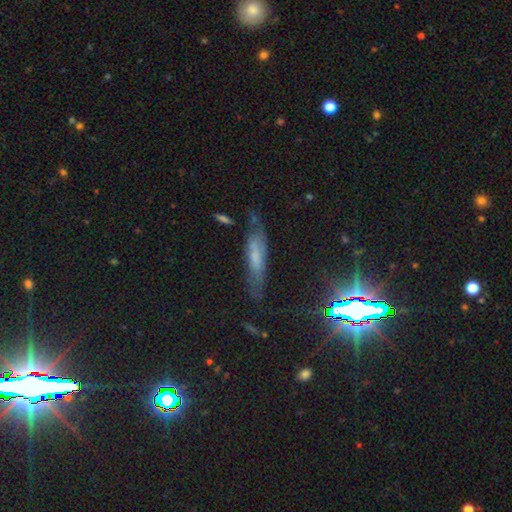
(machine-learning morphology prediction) Smooth or featured?
  - smooth: 44% *
  - featured or disk: 40%
  - star or artifact: 16%
Merging?
  - none: 60% *
  - minor disturbance: 25%
  - major disturbance: 11%
  - merger: 3%